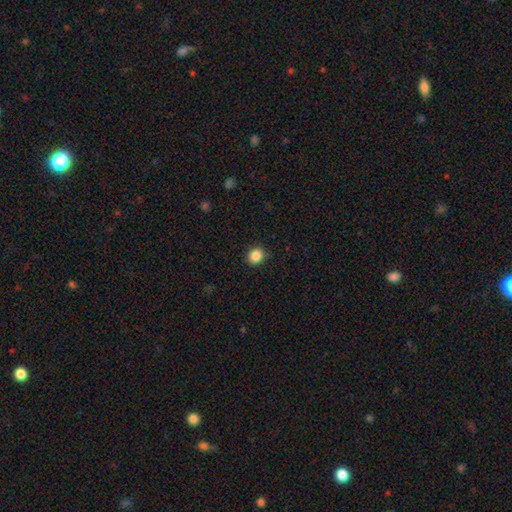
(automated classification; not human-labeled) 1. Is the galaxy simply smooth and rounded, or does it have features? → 86% smooth, 10% star or artifact, 4% featured or disk.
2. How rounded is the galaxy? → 75% round, 25% in between, 1% cigar-shaped.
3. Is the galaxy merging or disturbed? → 89% none, 8% minor disturbance, 2% major disturbance, 1% merger.